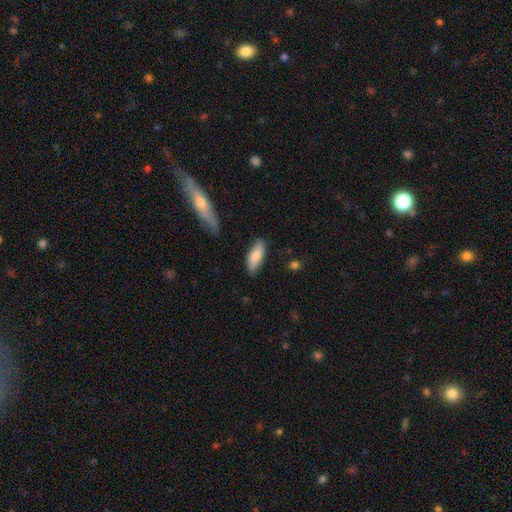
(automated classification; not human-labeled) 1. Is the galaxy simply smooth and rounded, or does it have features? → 81% smooth, 13% featured or disk, 6% star or artifact.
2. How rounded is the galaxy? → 71% in between, 27% cigar-shaped, 2% round.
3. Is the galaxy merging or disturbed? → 80% none, 15% minor disturbance, 3% major disturbance, 2% merger.